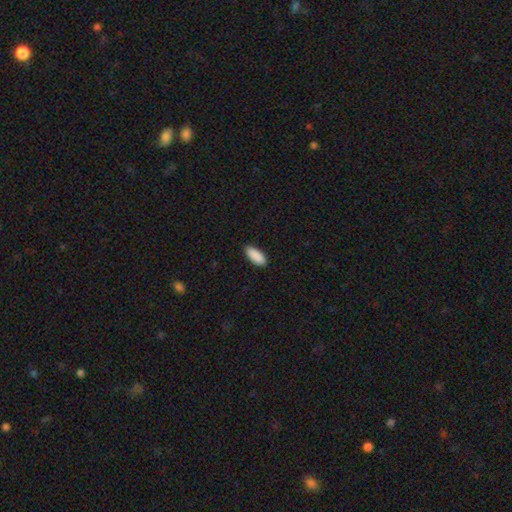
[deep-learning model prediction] smooth-or-featured: smooth: 91% | star or artifact: 6% | featured or disk: 3%
  how-rounded: in between: 81% | cigar-shaped: 17% | round: 2%
  merging: none: 89% | minor disturbance: 8% | major disturbance: 2% | merger: 1%